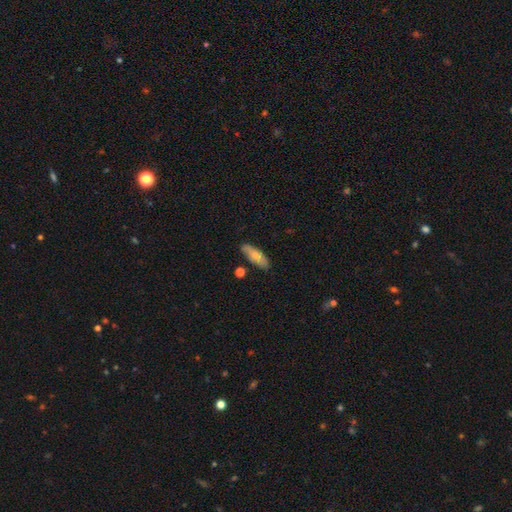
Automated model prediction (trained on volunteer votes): smooth-or-featured: smooth: 67% | featured or disk: 27% | star or artifact: 6%
  how-rounded: in between: 64% | cigar-shaped: 33% | round: 3%
  merging: none: 77% | minor disturbance: 17% | merger: 3% | major disturbance: 3%